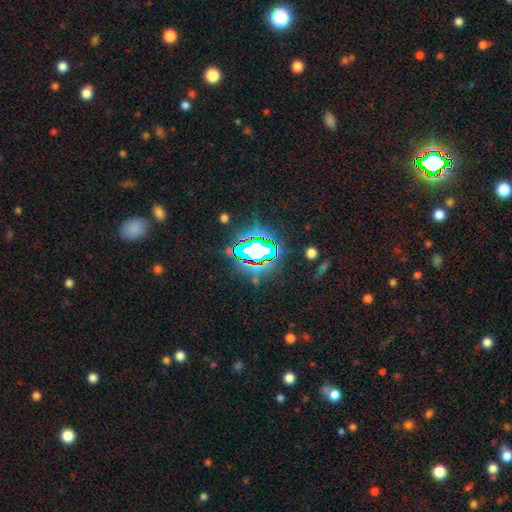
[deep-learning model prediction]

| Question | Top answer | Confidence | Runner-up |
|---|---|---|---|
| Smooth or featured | star or artifact | 78% | smooth (12%) |